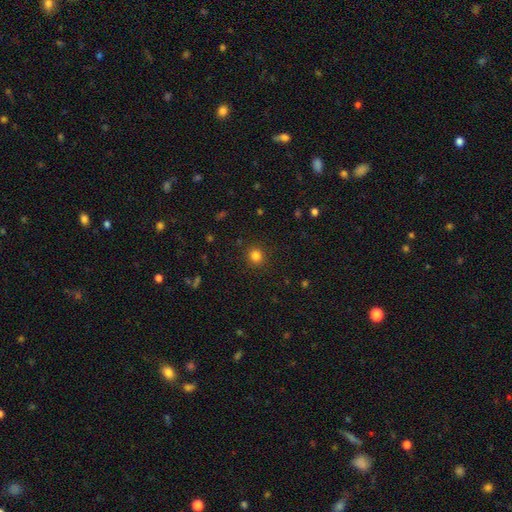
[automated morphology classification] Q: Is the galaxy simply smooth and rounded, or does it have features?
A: smooth — 82%.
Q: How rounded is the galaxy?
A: round — 88%.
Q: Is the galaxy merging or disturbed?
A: none — 90%.